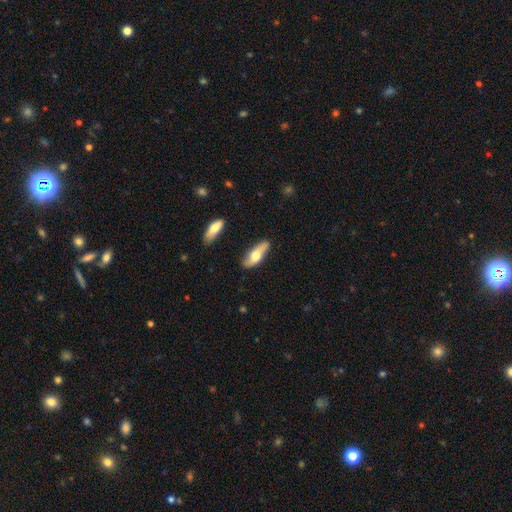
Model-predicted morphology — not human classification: A smooth galaxy with no disk features (56%) that is in between round and cigar-shaped (66%). Merging: none (81%).